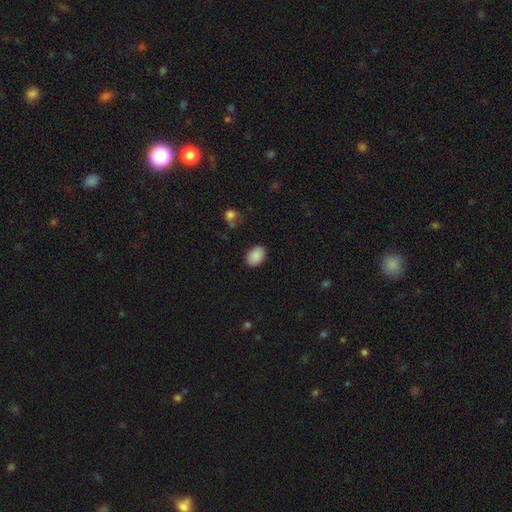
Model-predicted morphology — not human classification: smooth_or_featured: smooth (p=0.88) [alt: star or artifact p=0.08]
how_rounded: in between (p=0.84) [alt: round p=0.14]
merging: none (p=0.86) [alt: minor disturbance p=0.10]